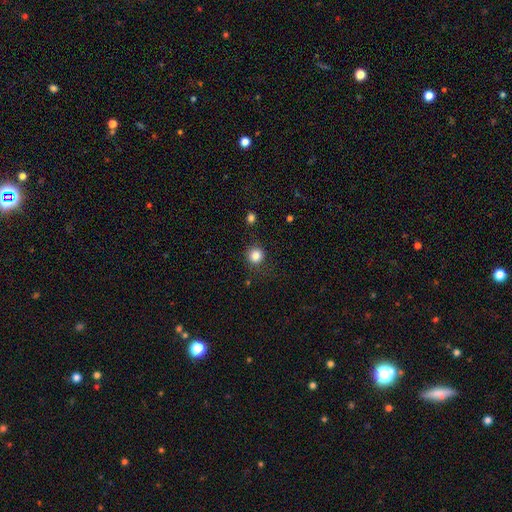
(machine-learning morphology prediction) Smooth or featured? smooth (84%)
How rounded? round (91%)
Merging? none (82%)